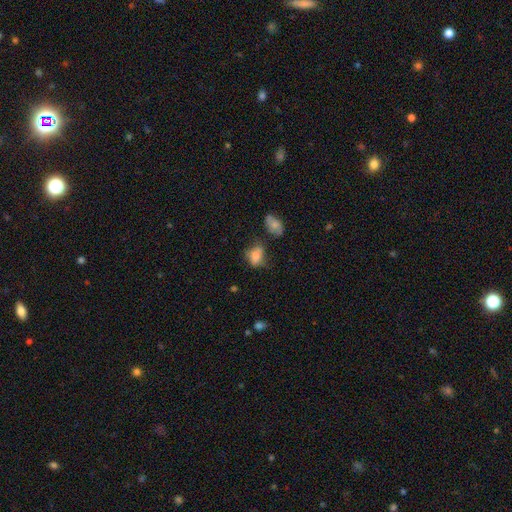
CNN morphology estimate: A smooth galaxy with no disk features (74%) that is in between round and cigar-shaped (69%). Merging: none (40%).